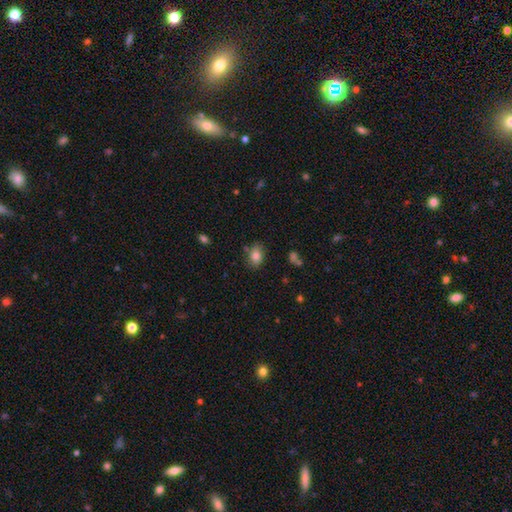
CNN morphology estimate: Smooth or featured: smooth — 82% (star or artifact — 9%)
How rounded: in between — 75% (round — 24%)
Merging: none — 77% (minor disturbance — 15%)